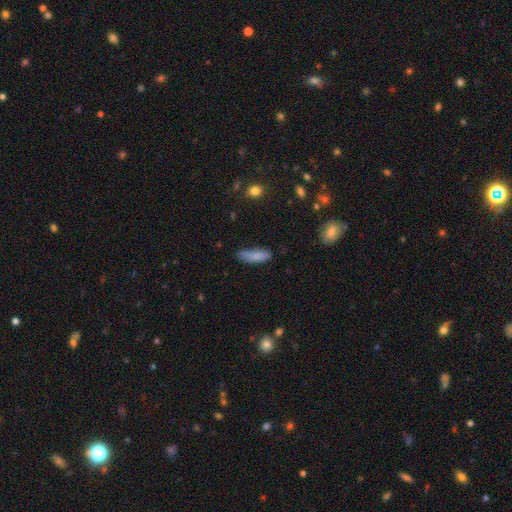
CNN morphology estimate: type=smooth (84%); roundness=cigar-shaped (52%); merging=none (65%).